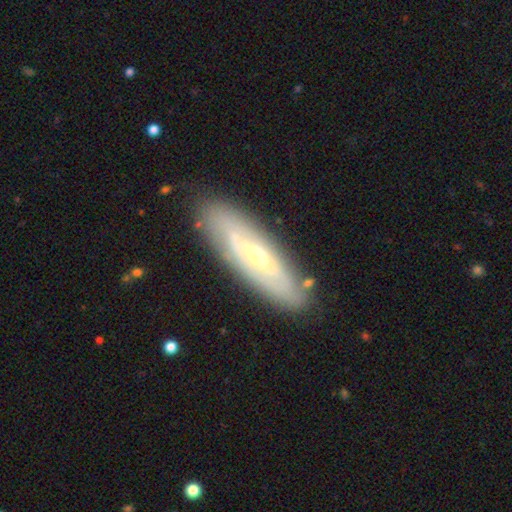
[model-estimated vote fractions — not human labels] The model was most divided on "edge-on disk": no: 59%, yes: 41%. More confident: merging — none (84%); smooth or featured — featured or disk (70%).